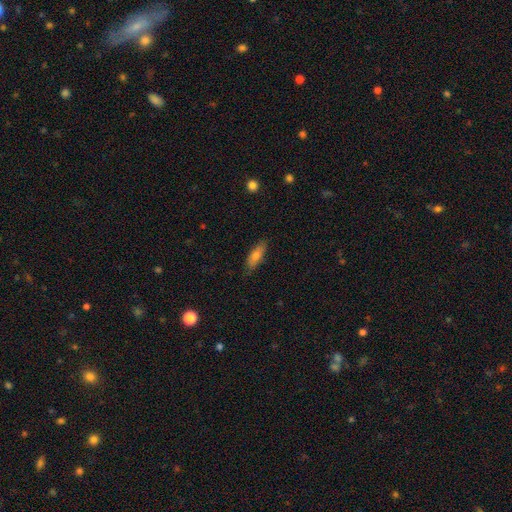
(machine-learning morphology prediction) smooth_or_featured: smooth (p=0.71) [alt: featured or disk p=0.22]
how_rounded: in between (p=0.52) [alt: cigar-shaped p=0.46]
merging: none (p=0.83) [alt: minor disturbance p=0.14]